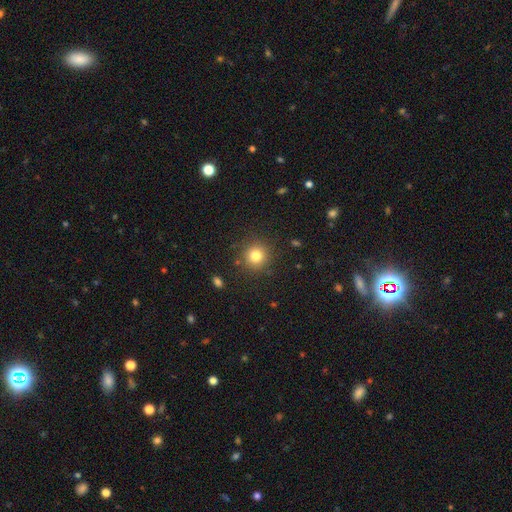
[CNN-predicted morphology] smooth 81%, star or artifact 12%, featured or disk 7%. Down the decision tree: how rounded — round (93%); merging — none (88%).